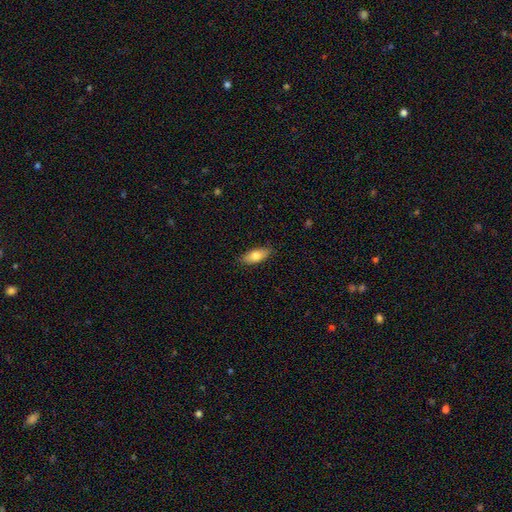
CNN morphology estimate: Smooth or featured? smooth (75%)
How rounded? in between (78%)
Merging? none (86%)